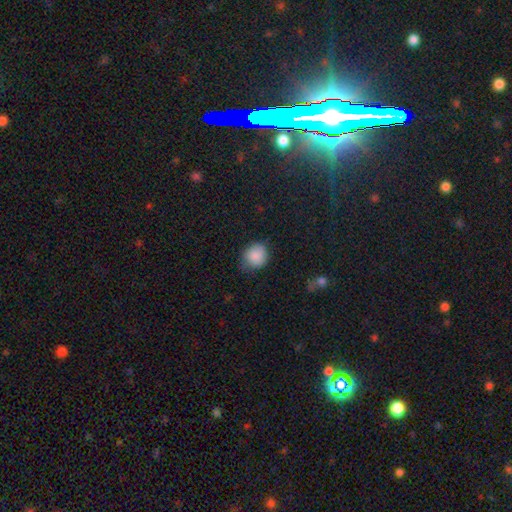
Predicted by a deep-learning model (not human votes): smooth_or_featured: smooth (p=0.87) [alt: star or artifact p=0.08]
how_rounded: round (p=0.78) [alt: in between p=0.21]
merging: none (p=0.69) [alt: minor disturbance p=0.24]